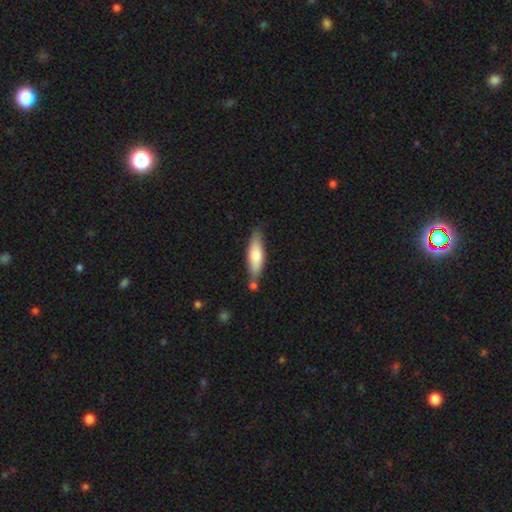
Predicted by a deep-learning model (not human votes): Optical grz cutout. It shows a smooth galaxy with no disk features (71%) that is cigar-shaped (60%). Merging: none (67%).